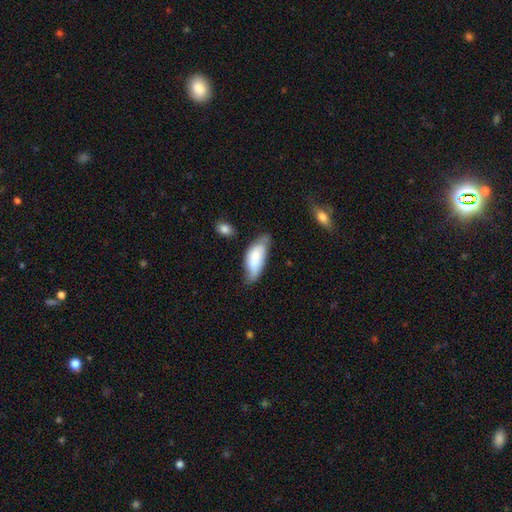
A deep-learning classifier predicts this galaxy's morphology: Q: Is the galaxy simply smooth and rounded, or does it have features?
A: smooth — 64%.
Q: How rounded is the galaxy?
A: in between — 80%.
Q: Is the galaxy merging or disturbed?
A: none — 46%.